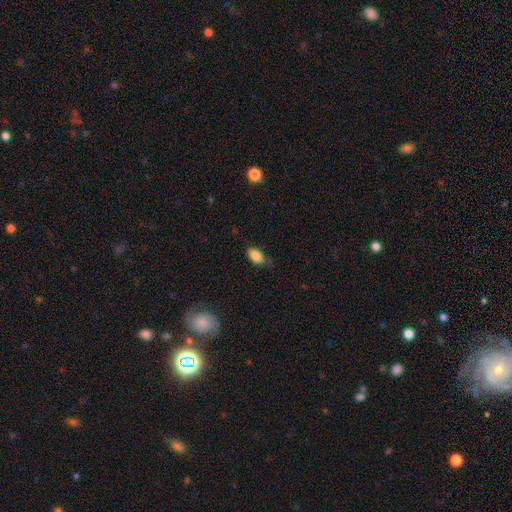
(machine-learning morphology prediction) A smooth galaxy with no disk features (86%) that is in between round and cigar-shaped (91%). Merging: none (67%).